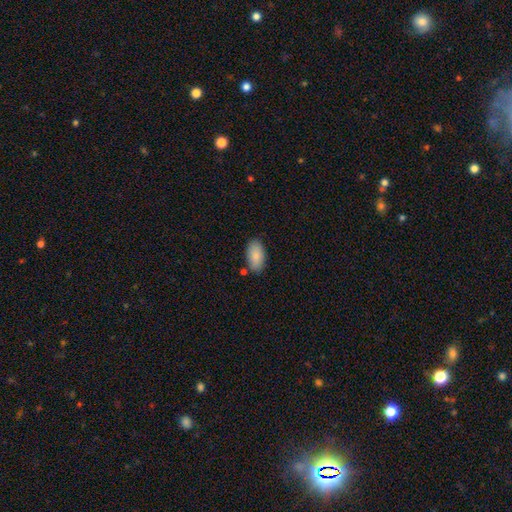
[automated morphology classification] type=smooth (86%); roundness=in between (94%); merging=none (80%).